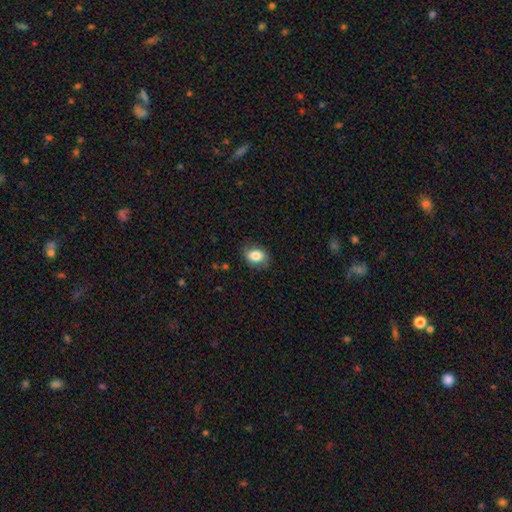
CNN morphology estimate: Q: Smooth or featured?
A: smooth (81%); runner-up: featured or disk (11%)
Q: How rounded?
A: in between (72%); runner-up: round (27%)
Q: Merging?
A: none (77%); runner-up: minor disturbance (17%)